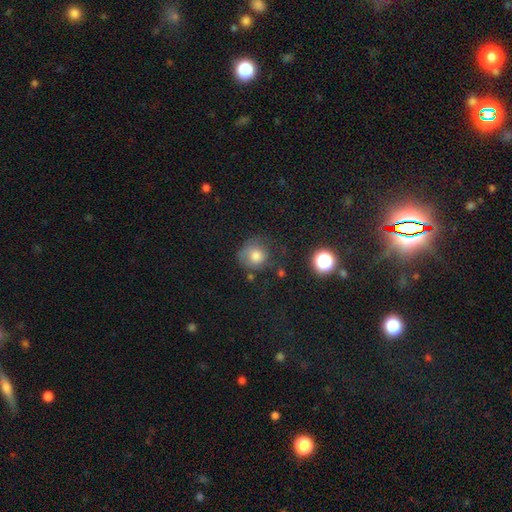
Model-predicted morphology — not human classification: smooth 74%, featured or disk 13%, star or artifact 12%. Down the decision tree: how rounded — round (83%); merging — none (54%).